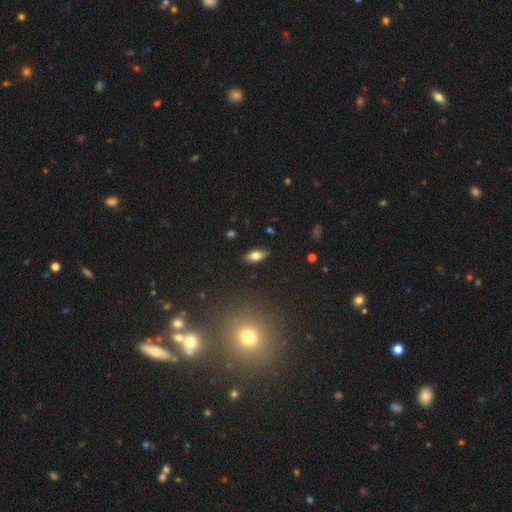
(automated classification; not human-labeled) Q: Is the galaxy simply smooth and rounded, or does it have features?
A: smooth — 78%.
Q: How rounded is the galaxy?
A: in between — 90%.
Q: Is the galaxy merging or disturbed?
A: none — 88%.